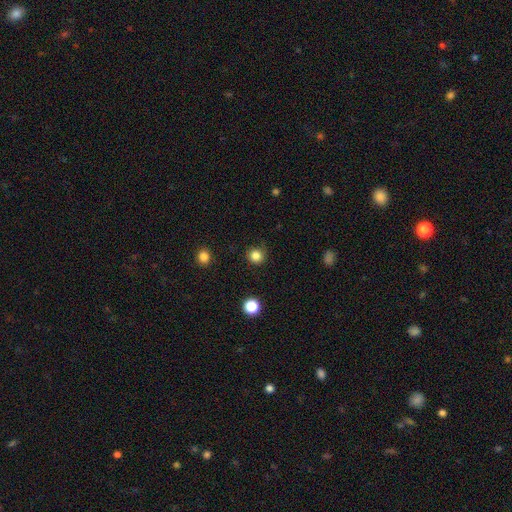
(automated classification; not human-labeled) Smooth or featured: smooth — 84% (star or artifact — 12%)
How rounded: round — 93% (in between — 6%)
Merging: none — 83% (minor disturbance — 12%)